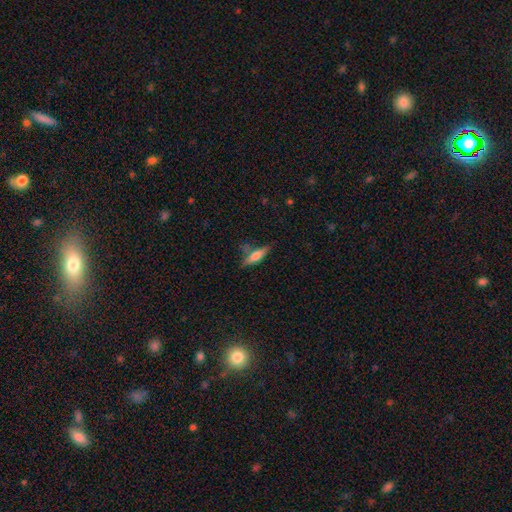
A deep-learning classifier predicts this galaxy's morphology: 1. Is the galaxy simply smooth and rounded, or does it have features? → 57% smooth, 35% featured or disk, 8% star or artifact.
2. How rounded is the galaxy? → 68% cigar-shaped, 30% in between, 2% round.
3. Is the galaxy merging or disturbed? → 64% none, 19% minor disturbance, 10% merger, 7% major disturbance.